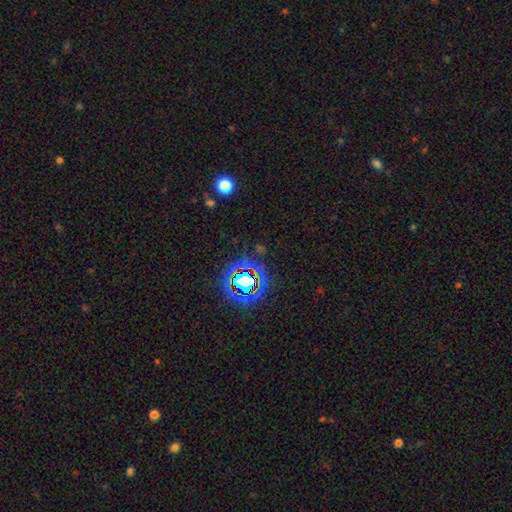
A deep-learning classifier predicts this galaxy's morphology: A star or artifact, not a galaxy (78%).

Vote fractions:
- Smooth or featured? star or artifact: 78% / smooth: 12% / featured or disk: 10%